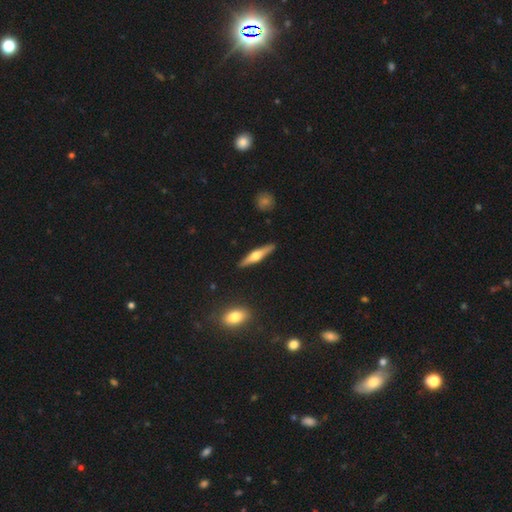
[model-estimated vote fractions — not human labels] Smooth or featured? Predicted: featured or disk (p=0.61). Edge-on disk? Predicted: yes (p=0.96). Edge-on bulge? Predicted: rounded (p=0.94). Merging? Predicted: none (p=0.91).